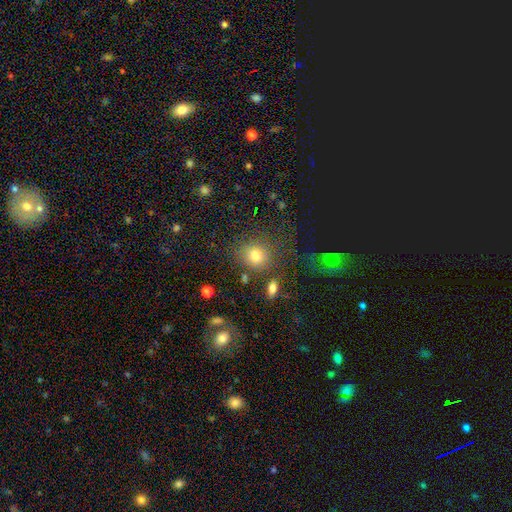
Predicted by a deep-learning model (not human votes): Morphology: type=smooth (78%); roundness=round (76%); merging=none (73%).